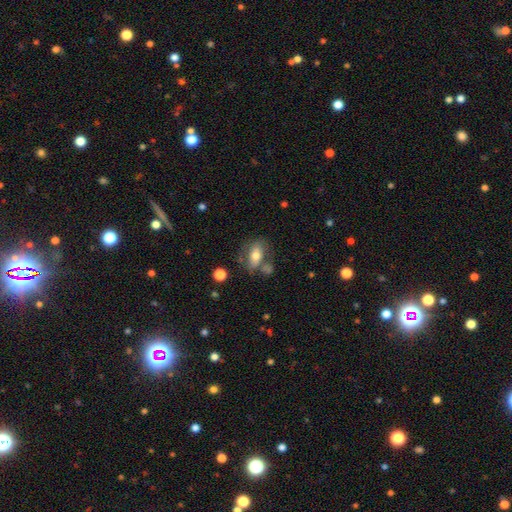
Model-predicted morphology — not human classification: A smooth galaxy with no disk features (63%) that is in between round and cigar-shaped (83%). Merging: none (56%).